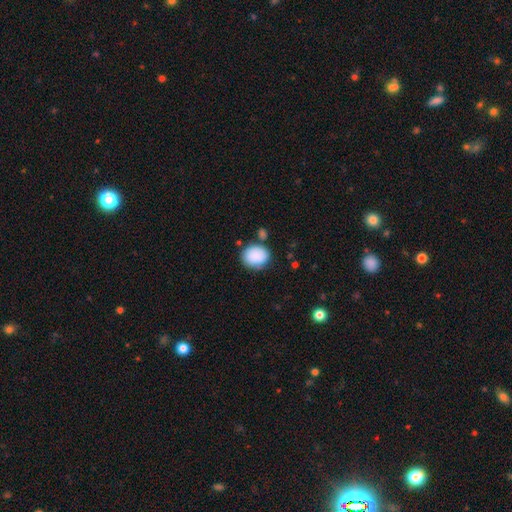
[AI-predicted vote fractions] smooth 88%, star or artifact 7%, featured or disk 4%. Down the decision tree: how rounded — round (58%); merging — none (71%).